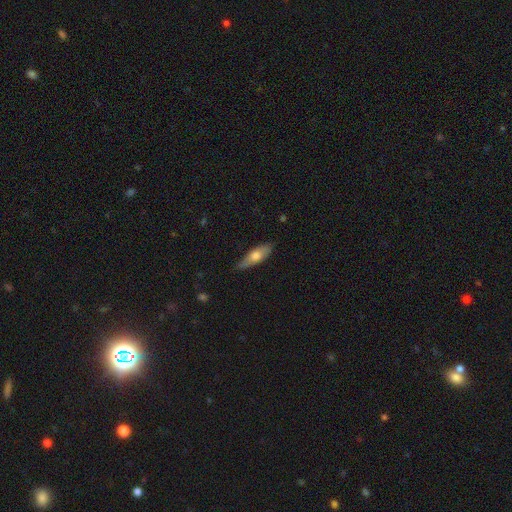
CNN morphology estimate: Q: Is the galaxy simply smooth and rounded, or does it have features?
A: smooth — 60%.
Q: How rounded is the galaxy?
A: in between — 56%.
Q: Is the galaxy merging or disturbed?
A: none — 74%.